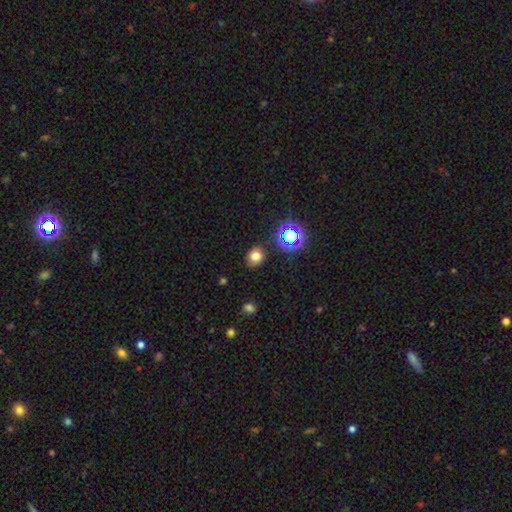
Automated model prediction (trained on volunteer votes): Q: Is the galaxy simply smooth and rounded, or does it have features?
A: smooth — 73%.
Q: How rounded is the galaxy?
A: round — 71%.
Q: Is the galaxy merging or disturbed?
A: none — 82%.